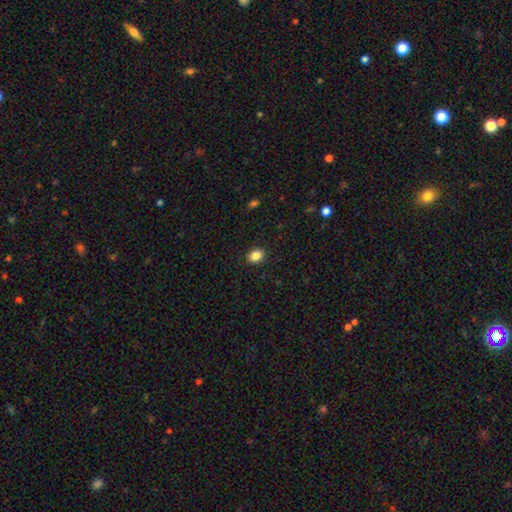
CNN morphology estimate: Overall: smooth (87%). How rounded: in between (57%; round 42%). Merging: none (90%).